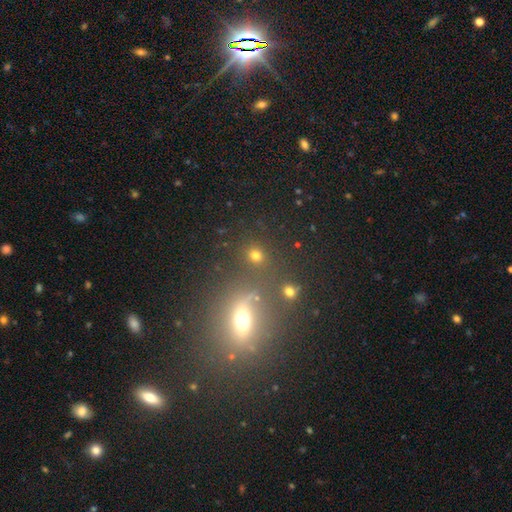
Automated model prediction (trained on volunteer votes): Smooth or featured?
  - smooth: 68% *
  - star or artifact: 23%
  - featured or disk: 8%
How rounded?
  - round: 82% *
  - in between: 17%
  - cigar-shaped: 2%
Merging?
  - none: 78% *
  - merger: 9%
  - minor disturbance: 8%
  - major disturbance: 5%